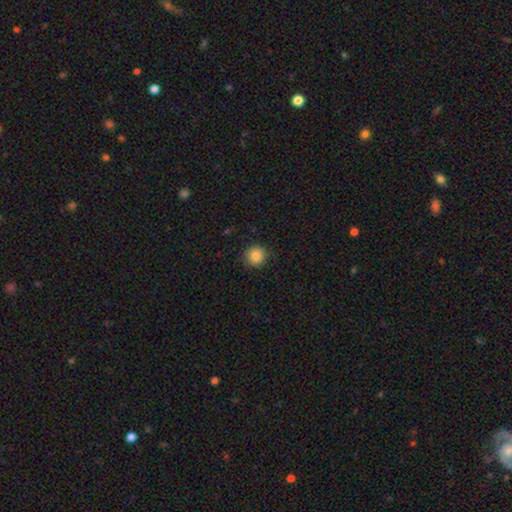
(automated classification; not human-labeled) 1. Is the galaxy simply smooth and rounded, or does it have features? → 85% smooth, 9% star or artifact, 5% featured or disk.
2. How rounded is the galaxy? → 91% round, 8% in between, 1% cigar-shaped.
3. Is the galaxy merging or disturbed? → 87% none, 10% minor disturbance, 2% major disturbance, 1% merger.